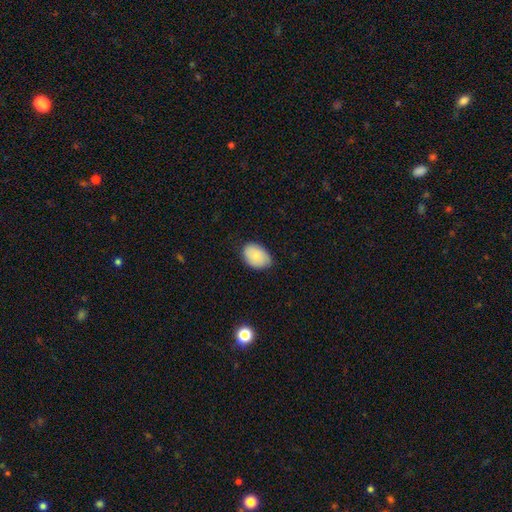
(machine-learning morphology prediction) type=smooth (80%); roundness=in between (82%); merging=none (73%).